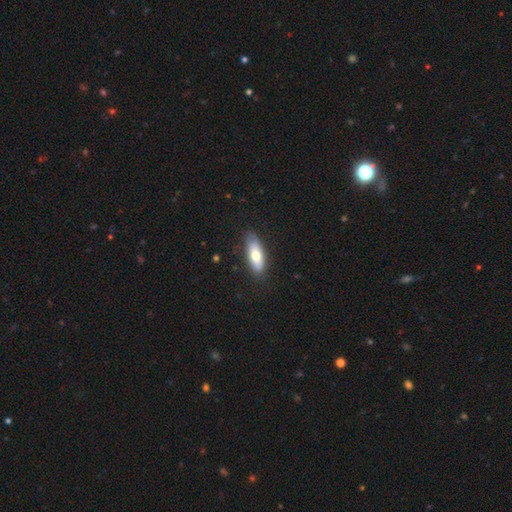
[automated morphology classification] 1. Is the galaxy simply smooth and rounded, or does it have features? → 69% smooth, 25% featured or disk, 6% star or artifact.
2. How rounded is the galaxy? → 69% in between, 28% cigar-shaped, 2% round.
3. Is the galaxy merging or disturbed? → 83% none, 14% minor disturbance, 3% major disturbance, 1% merger.